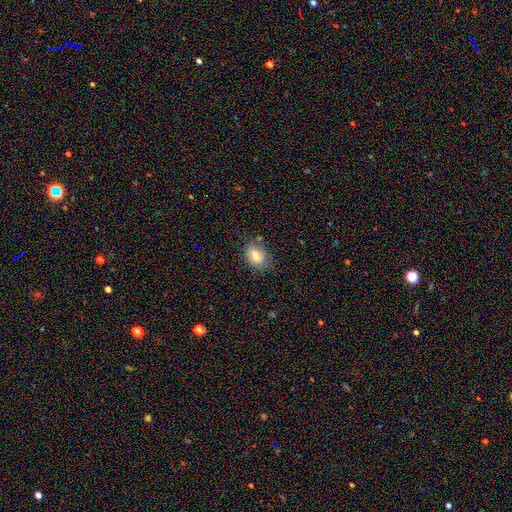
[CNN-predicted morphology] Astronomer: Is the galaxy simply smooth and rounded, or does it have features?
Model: smooth — 64%.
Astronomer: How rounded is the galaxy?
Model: in between — 77%.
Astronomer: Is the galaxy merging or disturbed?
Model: none — 70%.